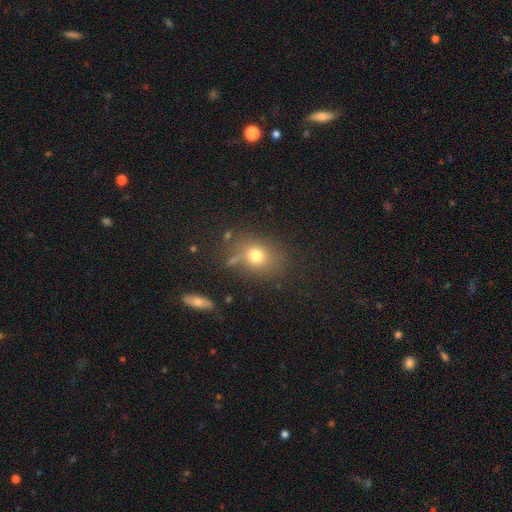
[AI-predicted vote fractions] This appears to be a smooth galaxy with no disk features (72%) that is round (53%). Merging: none (70%).